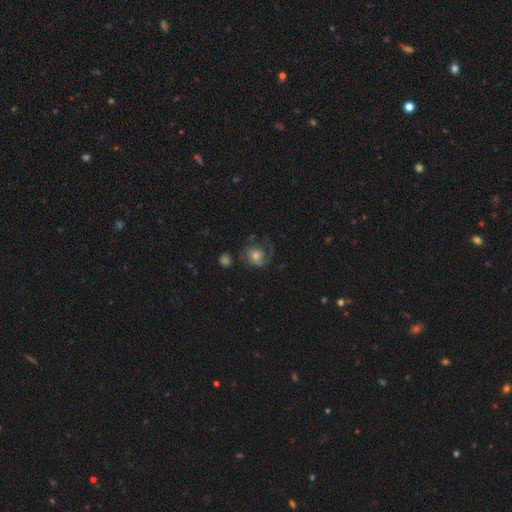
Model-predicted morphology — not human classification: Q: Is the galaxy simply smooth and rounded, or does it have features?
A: featured or disk — 67%.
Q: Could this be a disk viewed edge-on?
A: no — 98%.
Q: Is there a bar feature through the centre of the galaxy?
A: no — 73%.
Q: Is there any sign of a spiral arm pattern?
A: yes — 89%.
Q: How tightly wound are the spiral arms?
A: medium — 42%.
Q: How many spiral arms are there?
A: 1 — 43%.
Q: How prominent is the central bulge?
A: moderate — 55%.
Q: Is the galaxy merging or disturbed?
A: none — 53%.